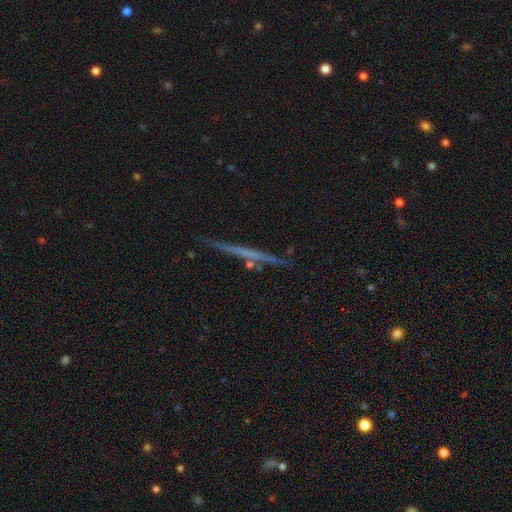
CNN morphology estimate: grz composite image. It shows a featured or disk galaxy (58%) viewed edge-on (97%) with no central bulge (87%). Merging: none (84%).